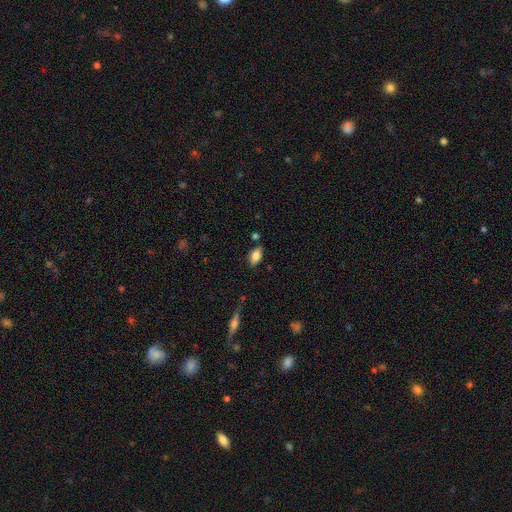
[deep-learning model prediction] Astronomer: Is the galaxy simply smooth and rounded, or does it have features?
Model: smooth — 80%.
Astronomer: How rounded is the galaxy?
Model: in between — 90%.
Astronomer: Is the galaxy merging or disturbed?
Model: none — 80%.